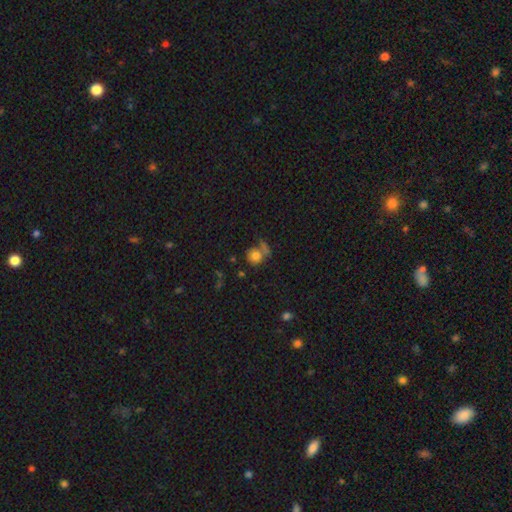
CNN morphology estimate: Overall: smooth (76%). How rounded: round (83%). Merging: none (51%; merger 25%).